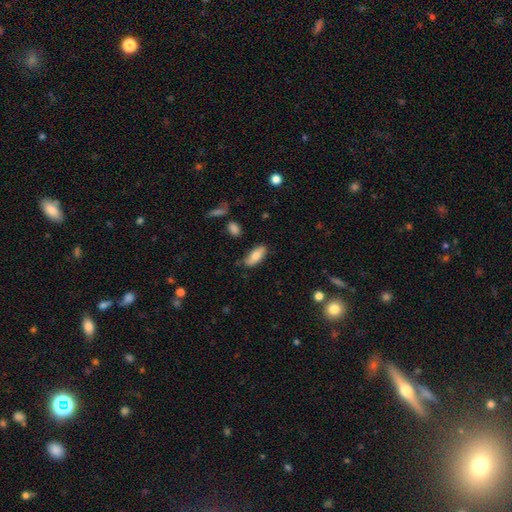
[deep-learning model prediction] smooth-or-featured: smooth: 80% | featured or disk: 13% | star or artifact: 7%
  how-rounded: in between: 81% | cigar-shaped: 17% | round: 2%
  merging: none: 76% | minor disturbance: 18% | major disturbance: 3% | merger: 2%